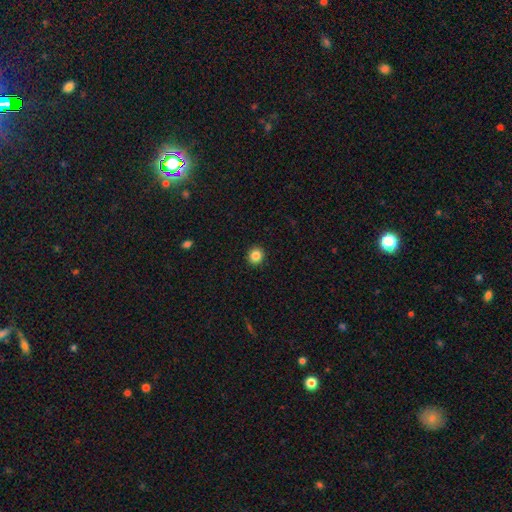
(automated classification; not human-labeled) This appears to be a smooth galaxy with no disk features (86%) that is round (89%). Merging: none (93%).